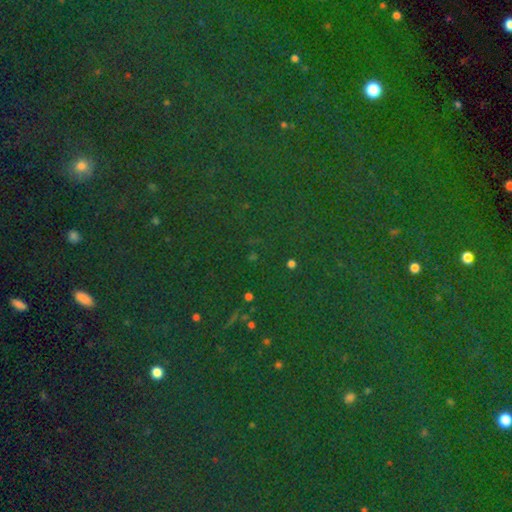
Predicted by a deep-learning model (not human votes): Smooth or featured: star or artifact — 80% (smooth — 12%)